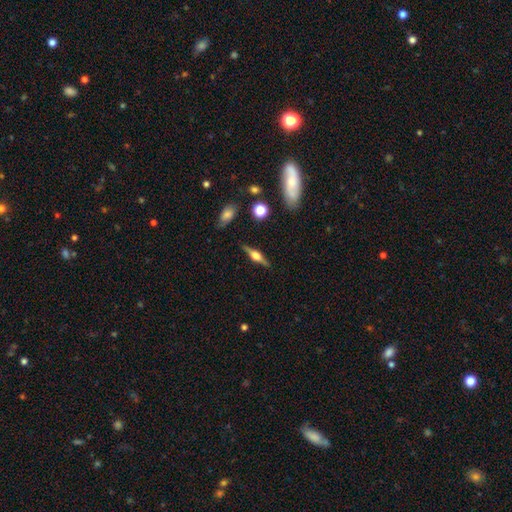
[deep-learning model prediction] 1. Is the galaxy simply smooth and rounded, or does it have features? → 72% featured or disk, 22% smooth, 7% star or artifact.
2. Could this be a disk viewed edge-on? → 97% yes, 3% no.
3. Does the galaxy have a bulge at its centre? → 92% rounded, 6% boxy, 2% none.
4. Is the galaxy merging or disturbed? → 88% none, 8% minor disturbance, 2% major disturbance, 2% merger.